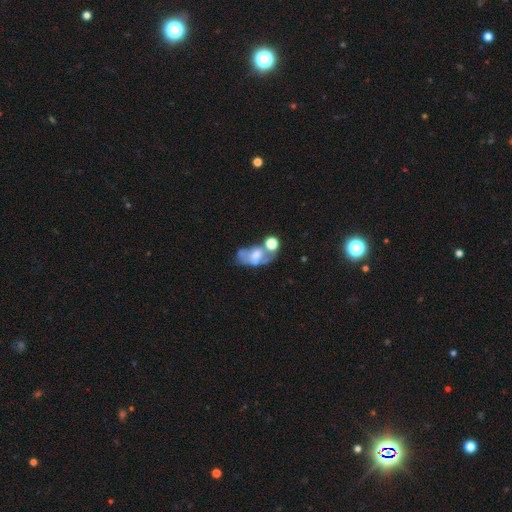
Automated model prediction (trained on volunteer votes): smooth-or-featured: featured or disk: 47% | smooth: 42% | star or artifact: 11%
  merging: merger: 41% | none: 22% | major disturbance: 22% | minor disturbance: 15%